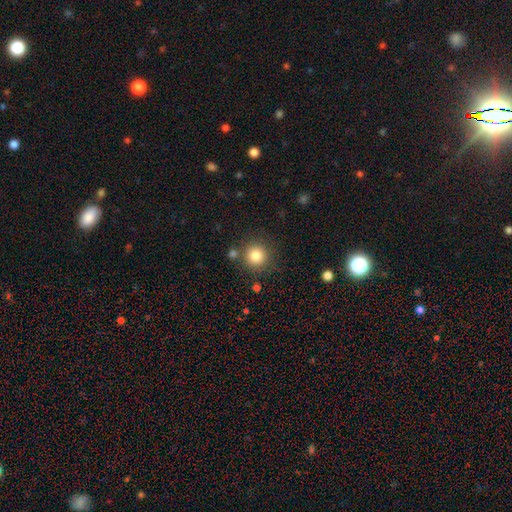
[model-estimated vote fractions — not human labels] Smooth or featured: smooth — 83% (star or artifact — 11%)
How rounded: round — 94% (in between — 5%)
Merging: none — 83% (minor disturbance — 8%)